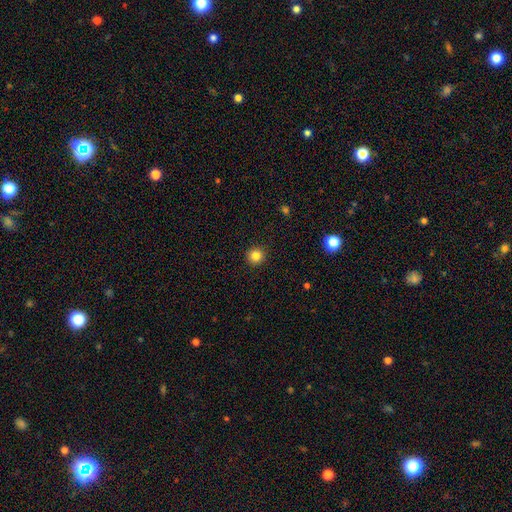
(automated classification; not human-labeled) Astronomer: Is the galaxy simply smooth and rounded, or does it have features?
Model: smooth — 84%.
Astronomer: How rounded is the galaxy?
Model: round — 94%.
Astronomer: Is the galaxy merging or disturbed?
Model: none — 92%.